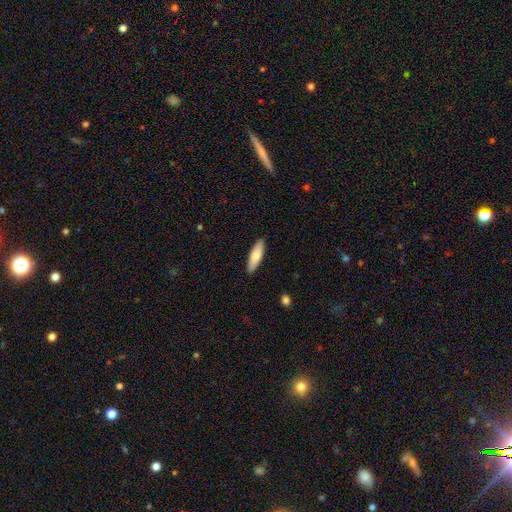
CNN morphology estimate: This appears to be a smooth galaxy with no disk features (71%) that is cigar-shaped (55%). Merging: none (90%).